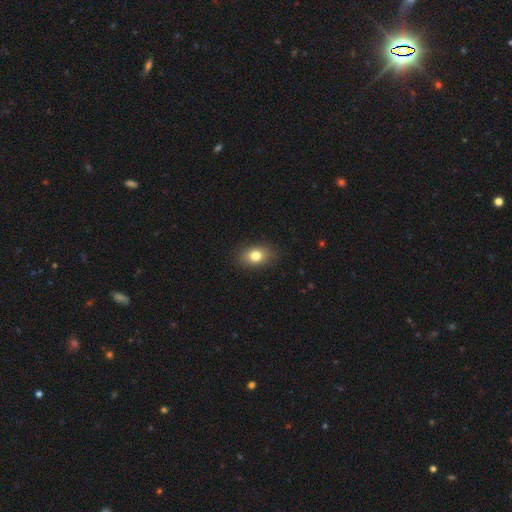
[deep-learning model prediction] Q: Smooth or featured?
A: smooth (80%); runner-up: featured or disk (10%)
Q: How rounded?
A: in between (76%); runner-up: round (23%)
Q: Merging?
A: none (87%); runner-up: minor disturbance (9%)